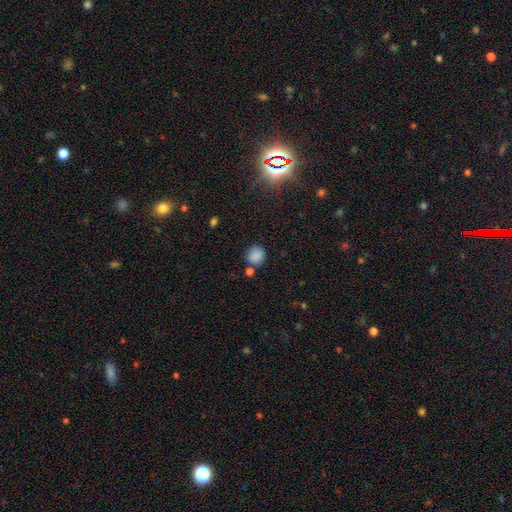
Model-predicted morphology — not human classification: smooth 85%, star or artifact 10%, featured or disk 4%. Down the decision tree: how rounded — round (87%); merging — none (74%).